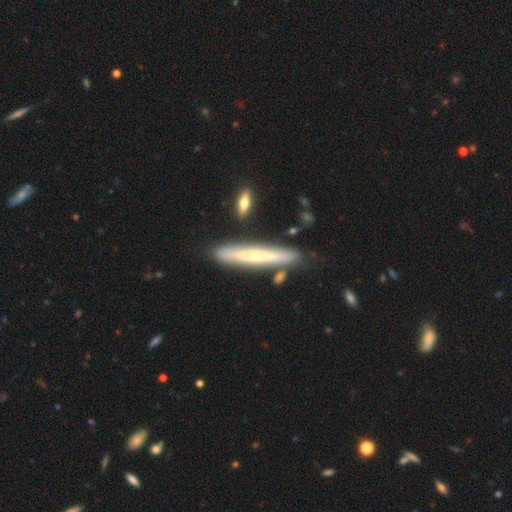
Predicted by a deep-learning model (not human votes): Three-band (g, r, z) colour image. It shows a featured or disk galaxy (66%) viewed edge-on (84%) with a rounded central bulge (73%). Merging: none (79%).